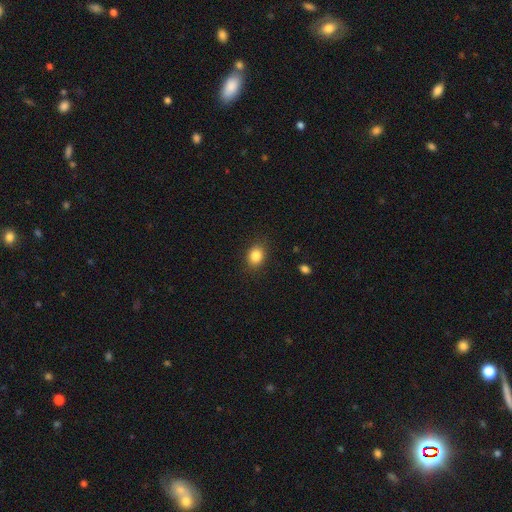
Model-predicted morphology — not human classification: Smooth or featured: smooth — 85% (star or artifact — 10%)
How rounded: in between — 51% (round — 48%)
Merging: none — 86% (minor disturbance — 10%)